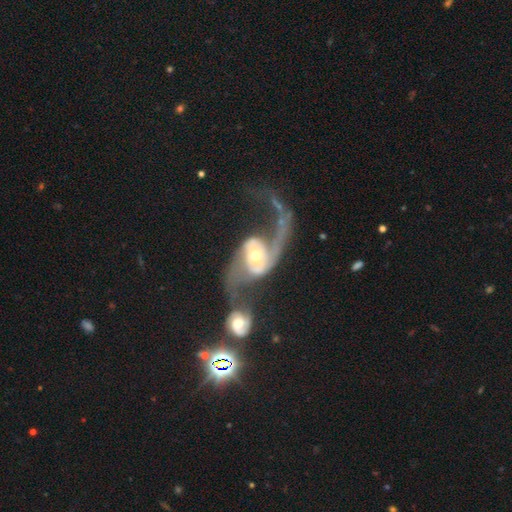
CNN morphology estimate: Smooth or featured? featured or disk (85%)
Edge-on disk? no (96%)
Bar? no (56%)
Spiral arms? yes (89%)
Spiral winding? loose (70%)
Spiral arm count? 2 (83%)
Bulge size? moderate (67%)
Merging? merger (49%)